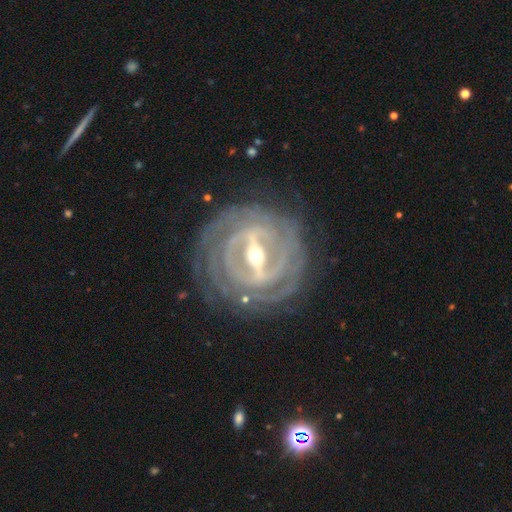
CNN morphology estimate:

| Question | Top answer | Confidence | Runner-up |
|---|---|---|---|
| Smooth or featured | featured or disk | 91% | smooth (5%) |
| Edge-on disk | no | 91% | yes (9%) |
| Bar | strong | 79% | weak (16%) |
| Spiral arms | yes | 92% | no (8%) |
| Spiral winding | tight | 83% | medium (13%) |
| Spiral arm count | can't tell | 31% | 4 (19%) |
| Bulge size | moderate | 53% | small (42%) |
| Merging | none | 81% | minor disturbance (12%) |